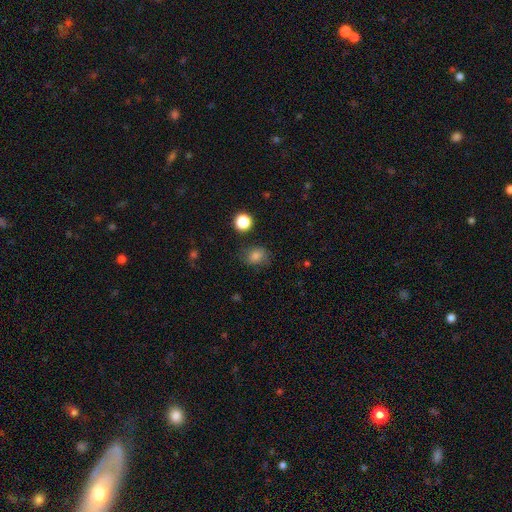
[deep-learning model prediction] smooth 79%, star or artifact 13%, featured or disk 8%. Down the decision tree: how rounded — round (52%); merging — none (75%).